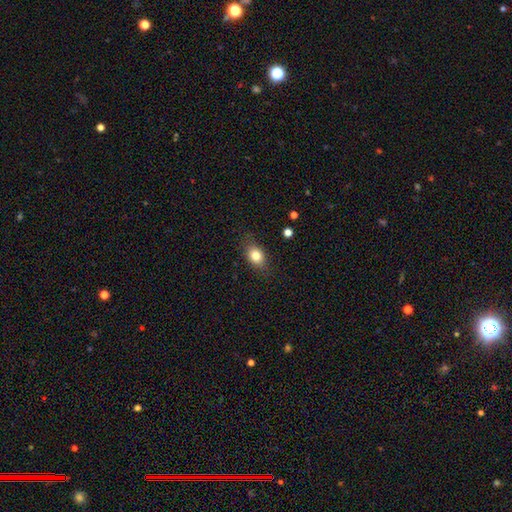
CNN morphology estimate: This appears to be a smooth galaxy with no disk features (80%) that is in between round and cigar-shaped (69%). Merging: none (81%).